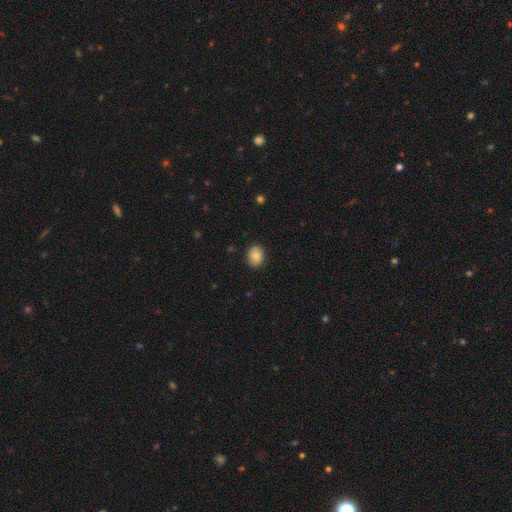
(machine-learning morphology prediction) Q: Smooth or featured?
A: smooth (85%); runner-up: star or artifact (8%)
Q: How rounded?
A: in between (62%); runner-up: round (37%)
Q: Merging?
A: none (89%); runner-up: minor disturbance (8%)